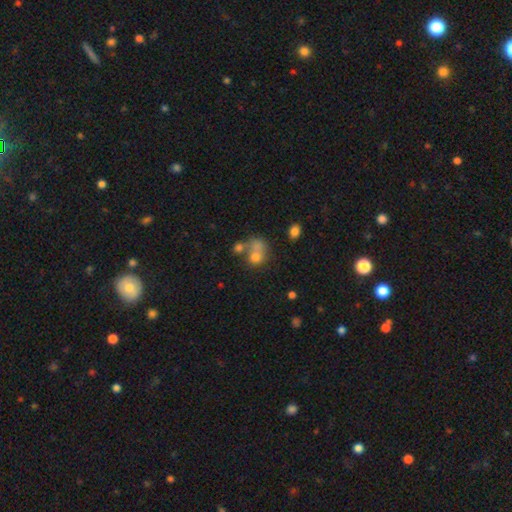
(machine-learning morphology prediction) Smooth or featured?
  - smooth: 65% *
  - featured or disk: 19%
  - star or artifact: 16%
How rounded?
  - round: 62% *
  - in between: 36%
  - cigar-shaped: 1%
Merging?
  - merger: 52% *
  - none: 28%
  - major disturbance: 10%
  - minor disturbance: 10%